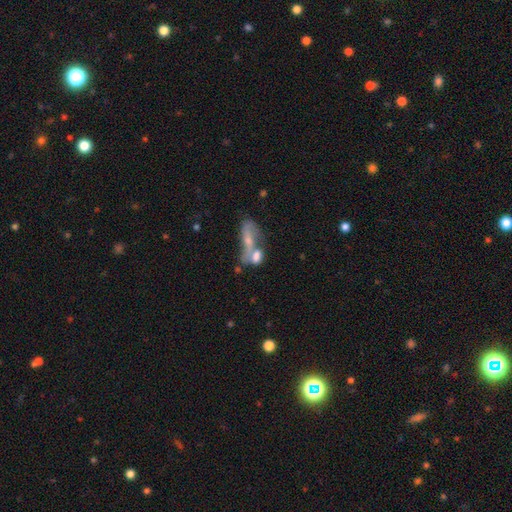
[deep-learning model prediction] A smooth galaxy with no disk features (62%) that is in between round and cigar-shaped (76%). Merging: merger (65%).